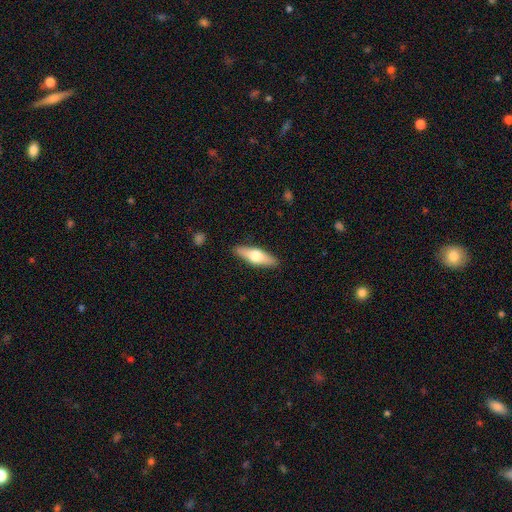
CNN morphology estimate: Smooth or featured?
  - smooth: 52% *
  - featured or disk: 43%
  - star or artifact: 5%
How rounded?
  - cigar-shaped: 50% *
  - in between: 48%
  - round: 3%
Merging?
  - none: 89% *
  - minor disturbance: 8%
  - major disturbance: 2%
  - merger: 1%